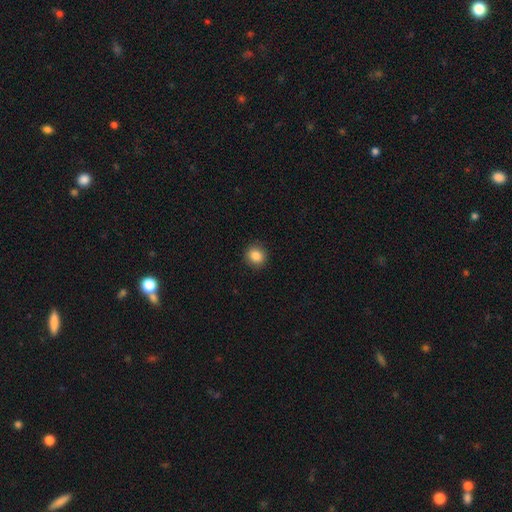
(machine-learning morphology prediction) smooth-or-featured: smooth: 87% | star or artifact: 10% | featured or disk: 4%
  how-rounded: round: 87% | in between: 12% | cigar-shaped: 1%
  merging: none: 91% | minor disturbance: 6% | major disturbance: 2% | merger: 1%